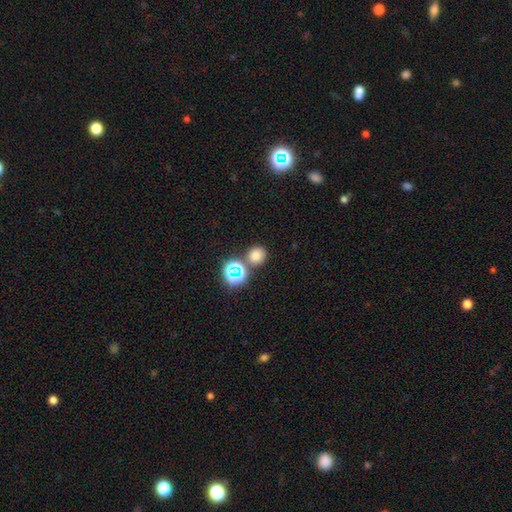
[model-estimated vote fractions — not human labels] Overall: smooth (73%). How rounded: round (87%). Merging: none (77%).